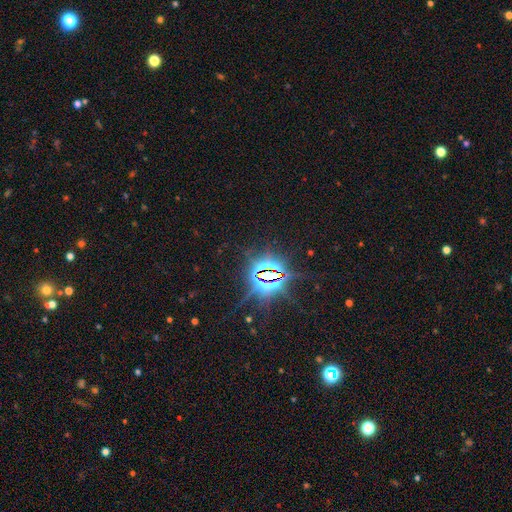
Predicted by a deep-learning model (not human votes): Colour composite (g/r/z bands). It shows a star or artifact, not a galaxy (86%).